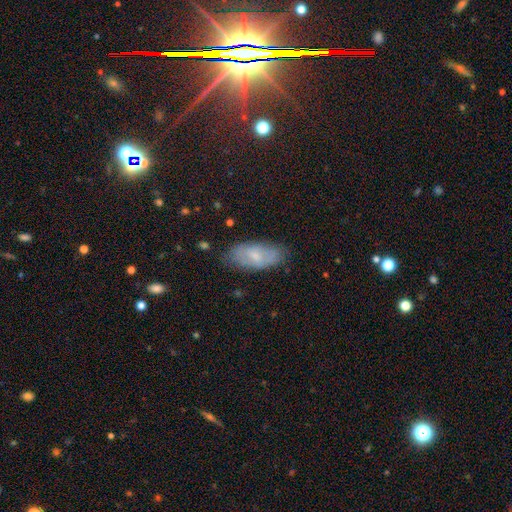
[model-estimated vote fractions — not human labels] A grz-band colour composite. It shows a smooth galaxy with no disk features (58%) that is in between round and cigar-shaped (88%). Merging: none (75%).